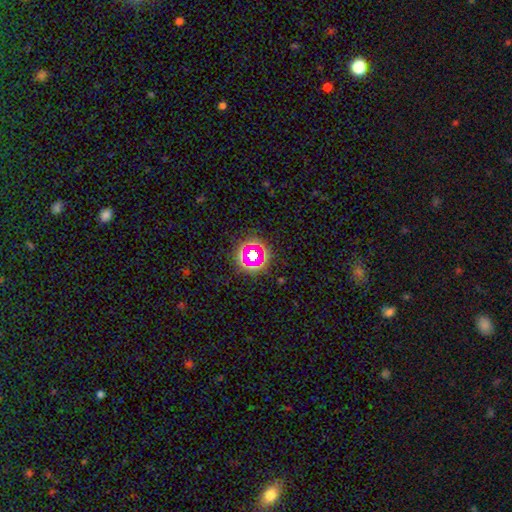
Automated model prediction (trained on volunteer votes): This appears to be a star or artifact, not a galaxy (53%).